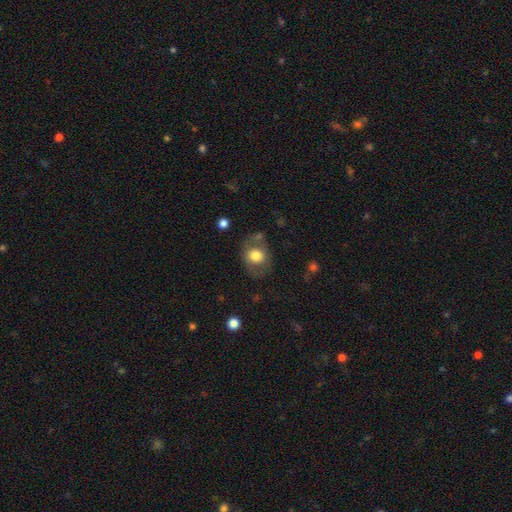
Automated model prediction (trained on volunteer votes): Smooth or featured: smooth — 70% (featured or disk — 22%)
How rounded: round — 58% (in between — 41%)
Merging: none — 67% (minor disturbance — 19%)